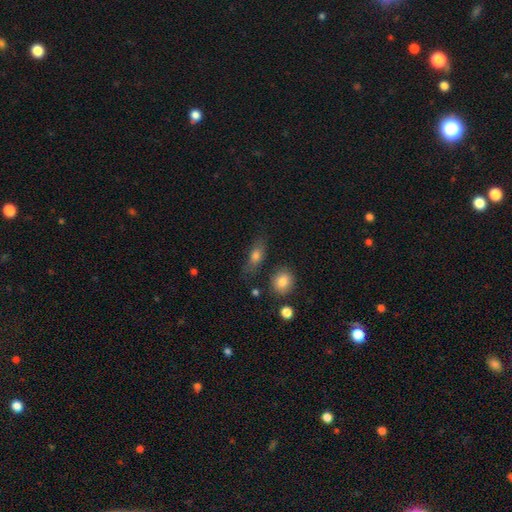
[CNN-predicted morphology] Smooth or featured? Predicted: smooth (p=0.72). How rounded? Predicted: in between (p=0.68). Merging? Predicted: none (p=0.68).